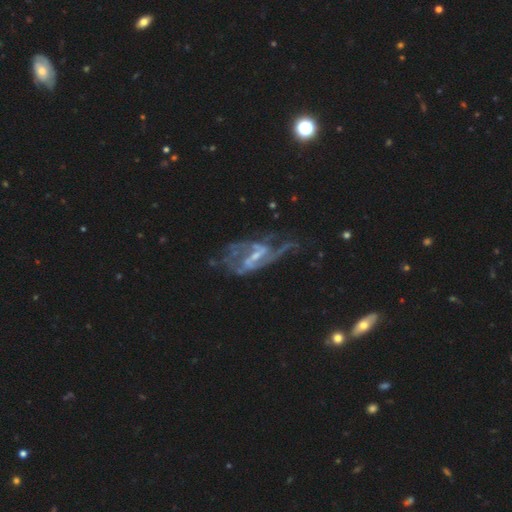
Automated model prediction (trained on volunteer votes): This is clearly a featured or disk galaxy (85%). It is clearly not viewed edge-on (95%). Bar: possibly weak (45%). Spiral arm pattern: clearly yes (85%). Spiral arm count: possibly 2 (56%). Spiral winding: marginally medium (42%). Central bulge: possibly small (57%). Merging: marginally none (39%).